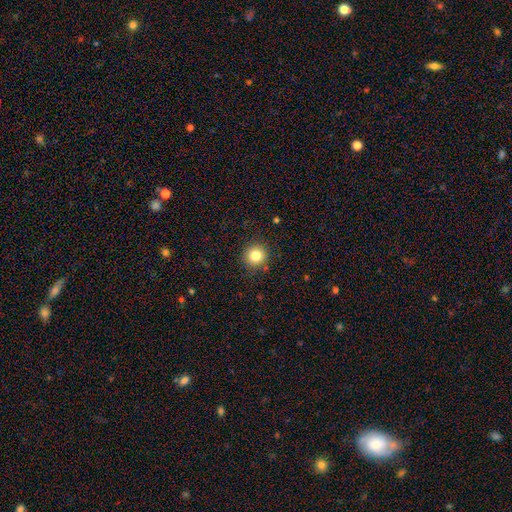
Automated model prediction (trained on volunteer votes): Smooth or featured: smooth — 83% (star or artifact — 11%)
How rounded: round — 93% (in between — 6%)
Merging: none — 89% (minor disturbance — 7%)